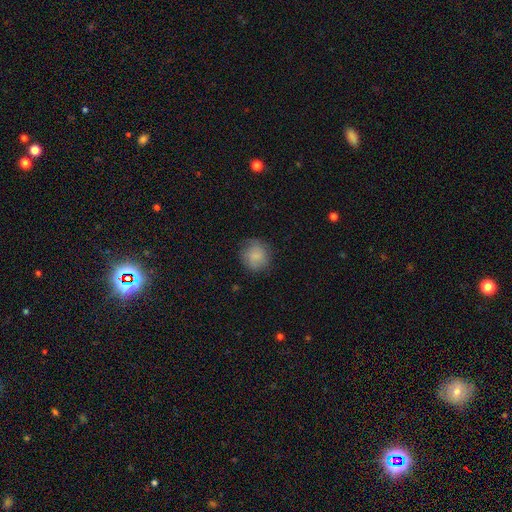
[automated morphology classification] The model was most divided on "merging": none: 78%, minor disturbance: 16%, major disturbance: 4%, merger: 1%. More confident: how rounded — round (89%); smooth or featured — smooth (84%).